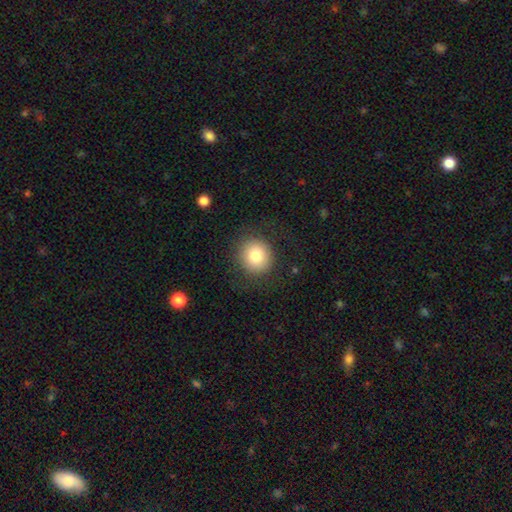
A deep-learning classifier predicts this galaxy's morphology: A smooth galaxy with no disk features (81%) that is round (89%). Merging: none (85%).